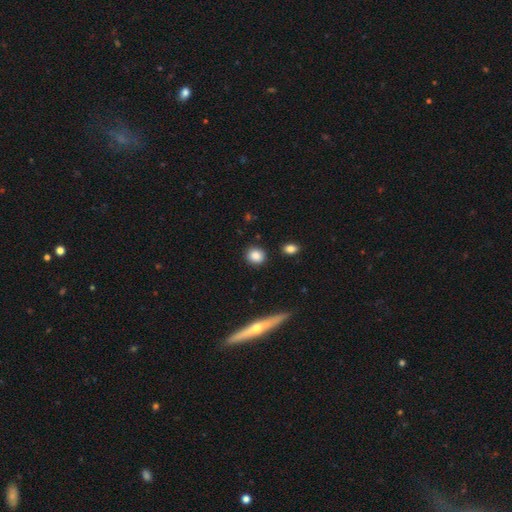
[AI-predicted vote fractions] The model was most divided on "how rounded": round: 80%, in between: 17%, cigar-shaped: 2%. More confident: merging — none (87%); smooth or featured — smooth (86%).